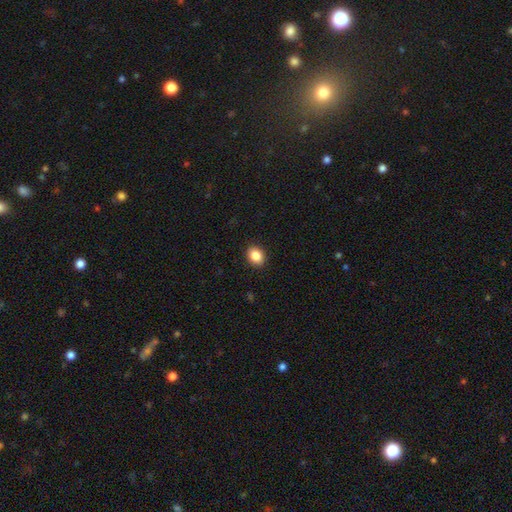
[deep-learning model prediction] A smooth galaxy with no disk features (87%) that is in between round and cigar-shaped (54%).

Vote fractions:
- Smooth or featured? smooth: 87% / star or artifact: 9% / featured or disk: 4%
- How rounded? in between: 54% / round: 45% / cigar-shaped: 1%
- Merging? none: 91% / minor disturbance: 7% / major disturbance: 2% / merger: 1%